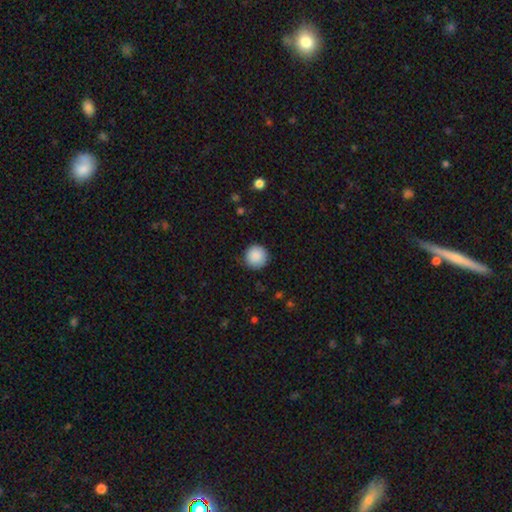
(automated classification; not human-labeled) The model was most divided on "merging": none: 88%, minor disturbance: 9%, major disturbance: 2%, merger: 1%. More confident: how rounded — round (96%); smooth or featured — smooth (89%).